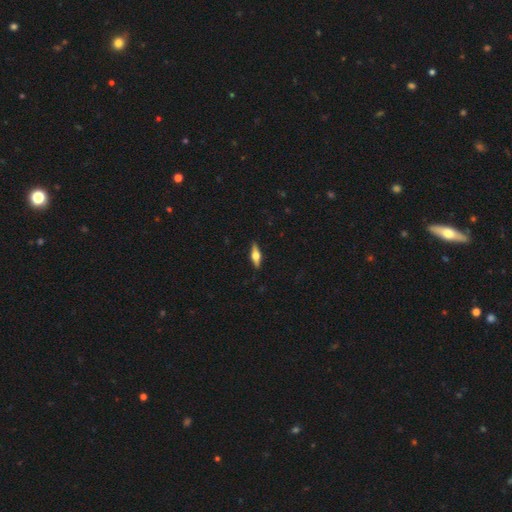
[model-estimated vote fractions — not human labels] Smooth or featured? featured or disk (63%)
Edge-on disk? yes (96%)
Edge-on bulge? rounded (93%)
Merging? none (89%)